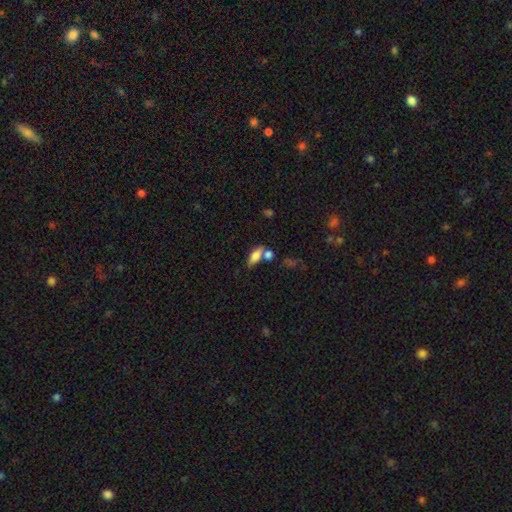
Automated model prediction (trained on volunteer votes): The model was most divided on "merging": none: 49%, merger: 30%, minor disturbance: 15%, major disturbance: 6%. More confident: how rounded — in between (80%); smooth or featured — smooth (74%).